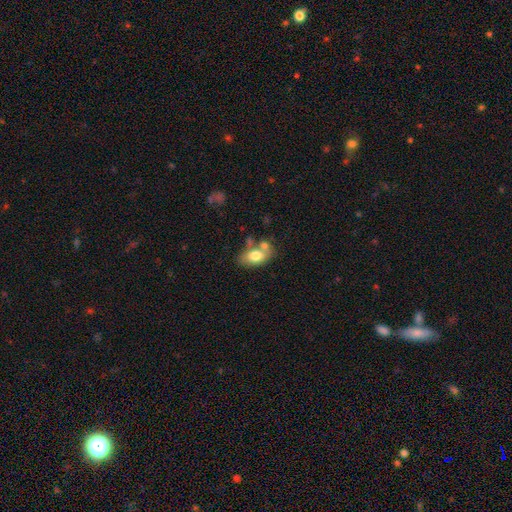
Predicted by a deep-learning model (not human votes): Morphology: type=smooth (75%); roundness=in between (88%); merging=none (48%).